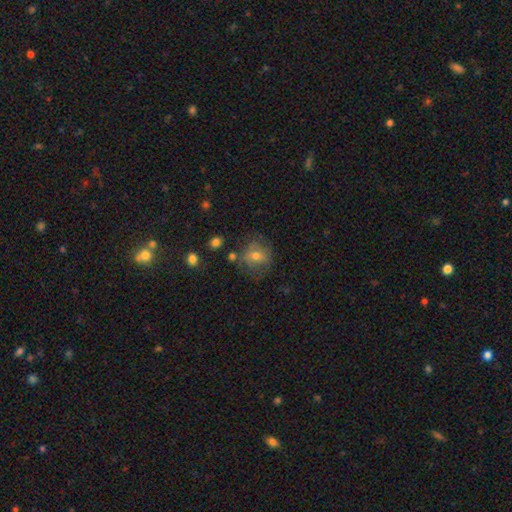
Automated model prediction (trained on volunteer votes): smooth_or_featured: smooth (p=0.58) [alt: featured or disk p=0.31]
how_rounded: round (p=0.74) [alt: in between p=0.25]
merging: none (p=0.63) [alt: minor disturbance p=0.21]